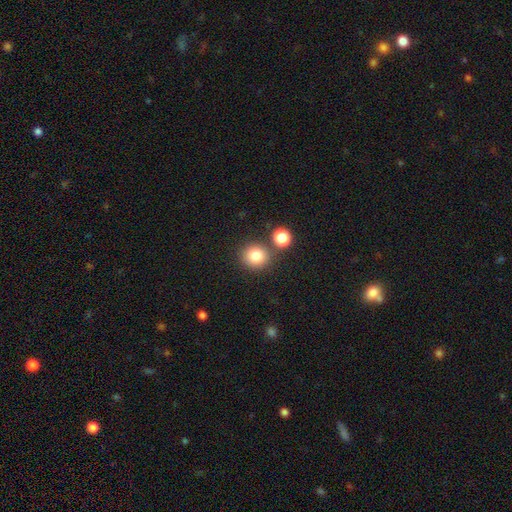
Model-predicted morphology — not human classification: smooth_or_featured: smooth (p=0.82) [alt: star or artifact p=0.11]
how_rounded: round (p=0.88) [alt: in between p=0.11]
merging: none (p=0.77) [alt: merger p=0.12]